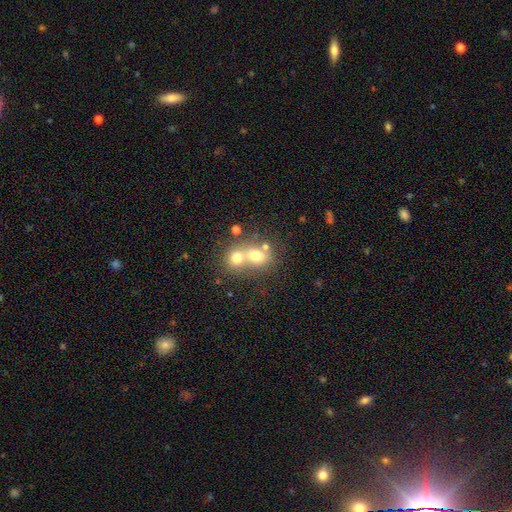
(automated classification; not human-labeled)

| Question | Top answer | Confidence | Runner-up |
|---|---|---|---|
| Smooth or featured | smooth | 68% | featured or disk (19%) |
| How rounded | round | 62% | in between (37%) |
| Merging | merger | 61% | none (29%) |